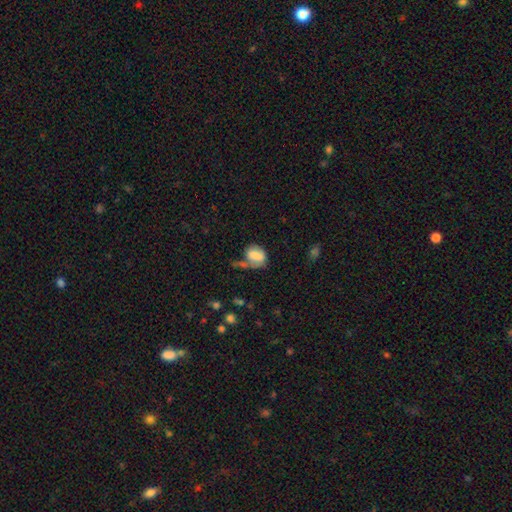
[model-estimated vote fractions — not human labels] Smooth or featured: smooth — 71% (featured or disk — 19%)
How rounded: in between — 66% (round — 32%)
Merging: none — 39% (minor disturbance — 26%)